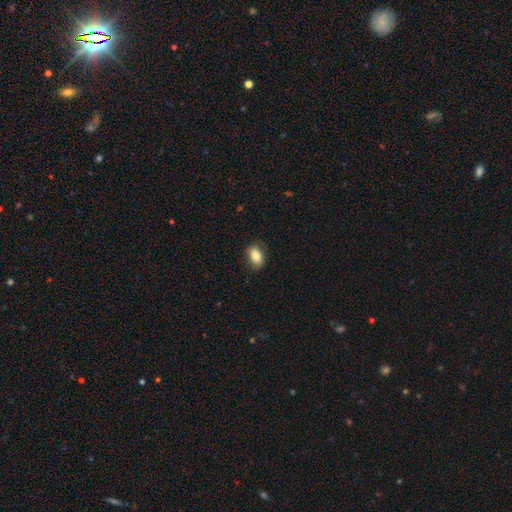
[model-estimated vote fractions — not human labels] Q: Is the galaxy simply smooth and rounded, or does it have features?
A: smooth — 84%.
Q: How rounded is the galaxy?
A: in between — 89%.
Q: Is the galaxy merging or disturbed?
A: none — 81%.